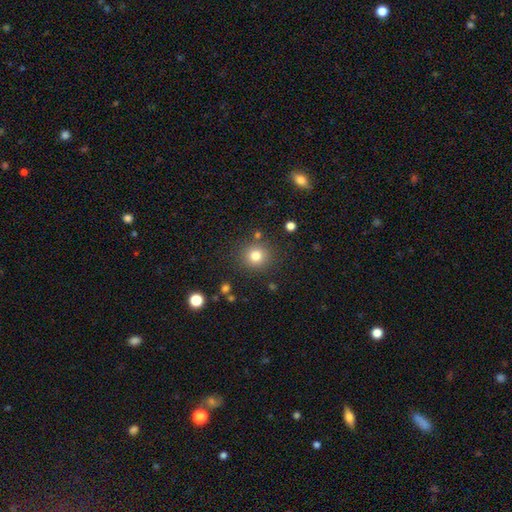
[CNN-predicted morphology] Overall: smooth (80%). How rounded: round (92%). Merging: none (86%).